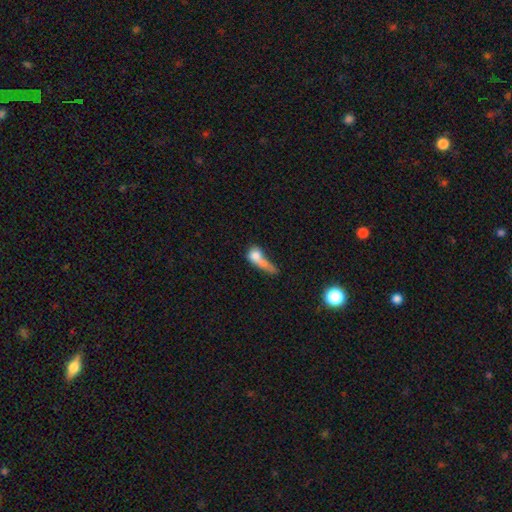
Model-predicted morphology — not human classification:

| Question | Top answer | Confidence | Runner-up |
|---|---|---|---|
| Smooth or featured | smooth | 66% | featured or disk (24%) |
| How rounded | in between | 44% | round (33%) |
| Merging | major disturbance | 36% | merger (32%) |